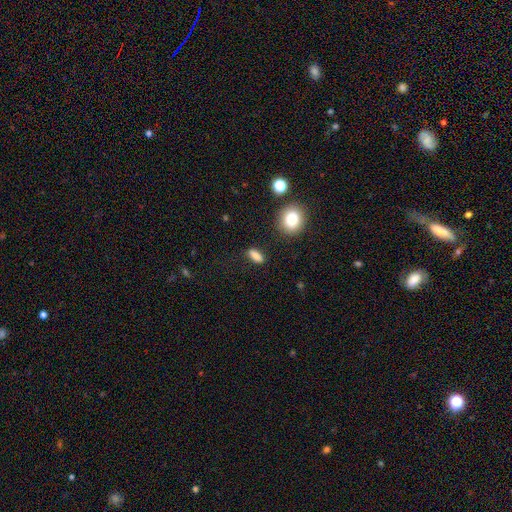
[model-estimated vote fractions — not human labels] A smooth galaxy with no disk features (84%) that is in between round and cigar-shaped (66%).

Vote fractions:
- Smooth or featured? smooth: 84% / star or artifact: 10% / featured or disk: 6%
- How rounded? in between: 66% / cigar-shaped: 26% / round: 8%
- Merging? none: 85% / minor disturbance: 10% / major disturbance: 3% / merger: 2%